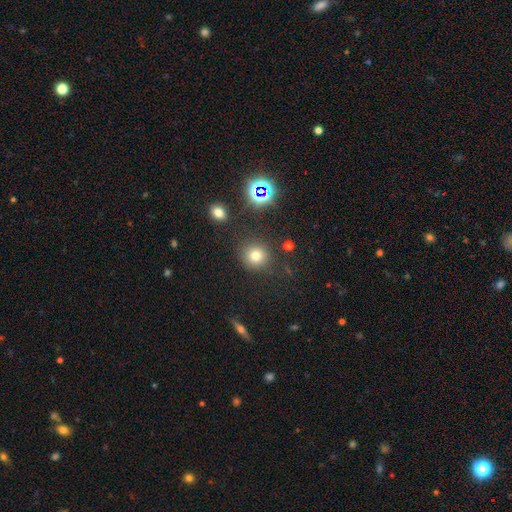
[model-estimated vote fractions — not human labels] smooth_or_featured: smooth (p=0.73) [alt: star or artifact p=0.19]
how_rounded: round (p=0.91) [alt: in between p=0.08]
merging: none (p=0.85) [alt: minor disturbance p=0.08]